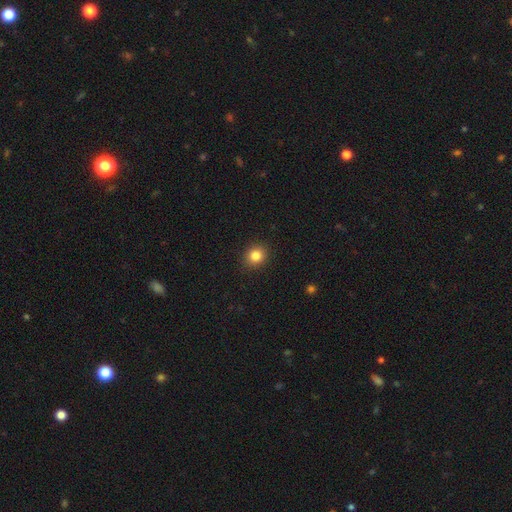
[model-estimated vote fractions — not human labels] smooth-or-featured: smooth: 84% | star or artifact: 11% | featured or disk: 5%
  how-rounded: round: 76% | in between: 24% | cigar-shaped: 1%
  merging: none: 89% | minor disturbance: 8% | major disturbance: 2% | merger: 1%